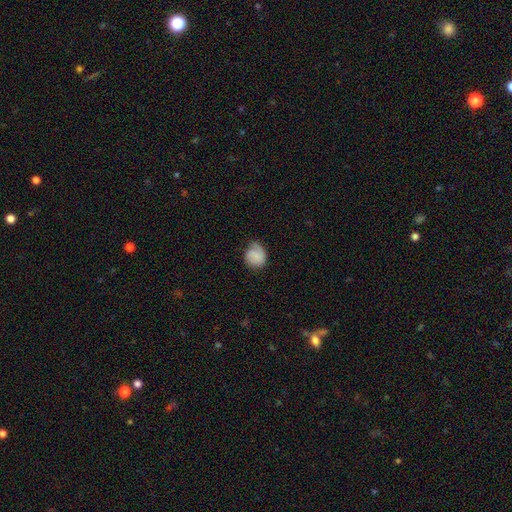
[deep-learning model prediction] smooth-or-featured: smooth: 68% | featured or disk: 24% | star or artifact: 8%
  how-rounded: round: 71% | in between: 28% | cigar-shaped: 1%
  merging: none: 61% | minor disturbance: 28% | major disturbance: 10% | merger: 1%